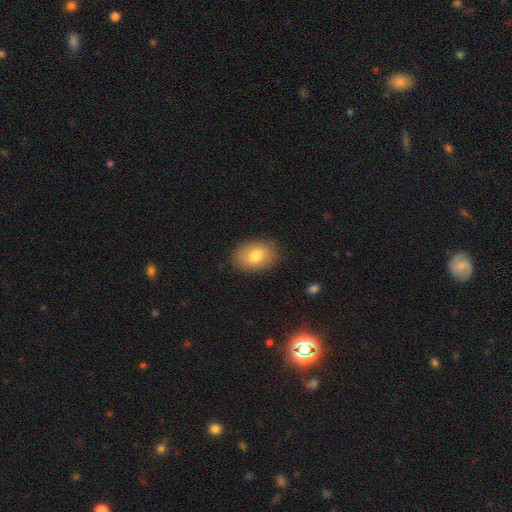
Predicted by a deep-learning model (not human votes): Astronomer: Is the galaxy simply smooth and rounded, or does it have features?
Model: smooth — 78%.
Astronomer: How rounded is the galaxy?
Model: in between — 81%.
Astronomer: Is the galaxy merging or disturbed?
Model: none — 85%.